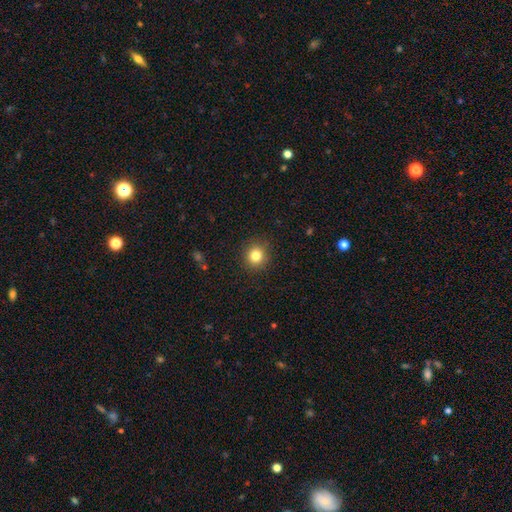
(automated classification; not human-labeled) Smooth or featured?
  - smooth: 82% *
  - star or artifact: 12%
  - featured or disk: 6%
How rounded?
  - round: 92% *
  - in between: 7%
  - cigar-shaped: 1%
Merging?
  - none: 90% *
  - minor disturbance: 6%
  - major disturbance: 2%
  - merger: 1%